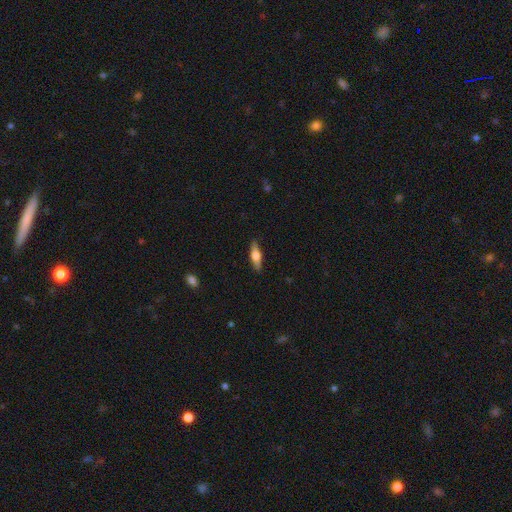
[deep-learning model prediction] This is possibly a featured or disk galaxy (51%). It is clearly viewed edge-on (94%). Merging: clearly none (88%).